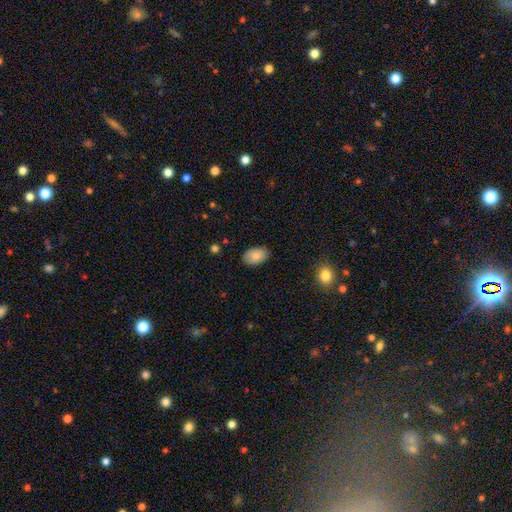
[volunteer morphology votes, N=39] Smooth or featured?
  - smooth: 92% *
  - star or artifact: 5%
  - featured or disk: 3%
How rounded?
  - in between: 89% *
  - round: 11%
  - cigar-shaped: 0%
Merging?
  - none: 92% *
  - minor disturbance: 5%
  - merger: 3%
  - major disturbance: 0%